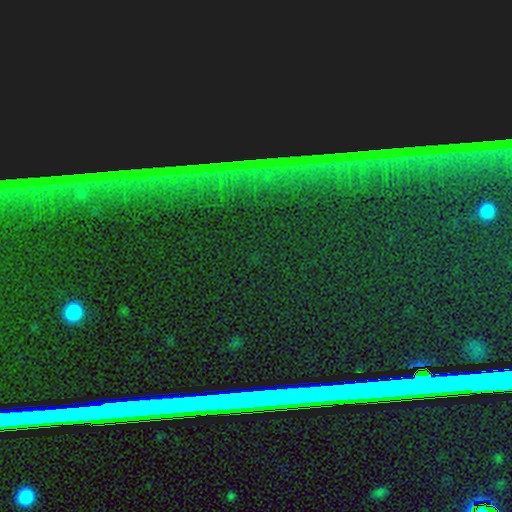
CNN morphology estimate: A star or artifact, not a galaxy (83%).